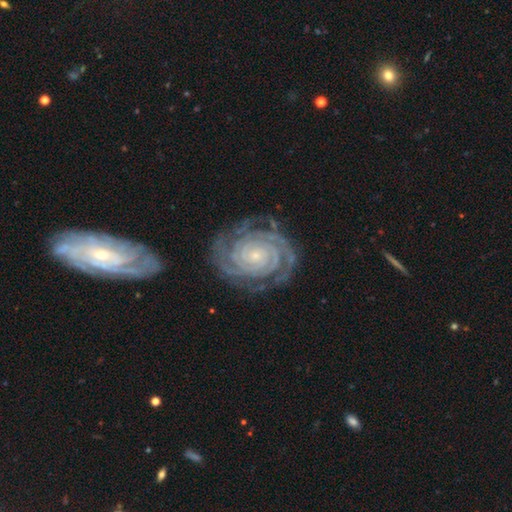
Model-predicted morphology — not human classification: Smooth or featured? Predicted: featured or disk (p=0.92). Edge-on disk? Predicted: no (p=0.98). Bar? Predicted: no (p=0.74). Spiral arms? Predicted: yes (p=0.99). Spiral winding? Predicted: tight (p=0.88). Spiral arm count? Predicted: 2 (p=0.44). Bulge size? Predicted: small (p=0.82). Merging? Predicted: none (p=0.80).